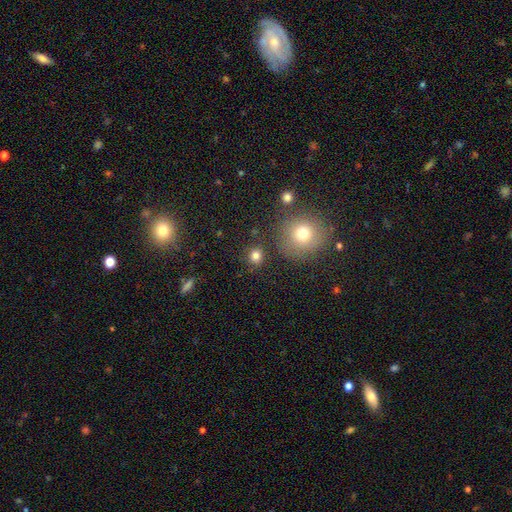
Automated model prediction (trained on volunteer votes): smooth_or_featured: smooth (p=0.80) [alt: star or artifact p=0.15]
how_rounded: round (p=0.84) [alt: in between p=0.15]
merging: none (p=0.85) [alt: minor disturbance p=0.08]